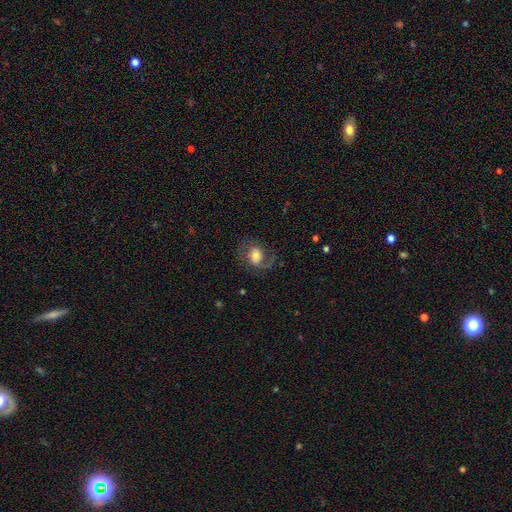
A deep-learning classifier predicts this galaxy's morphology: Smooth or featured? featured or disk (60%)
Edge-on disk? no (97%)
Bar? no (52%)
Spiral arms? yes (87%)
Spiral winding? medium (50%)
Spiral arm count? 2 (71%)
Bulge size? moderate (54%)
Merging? none (65%)